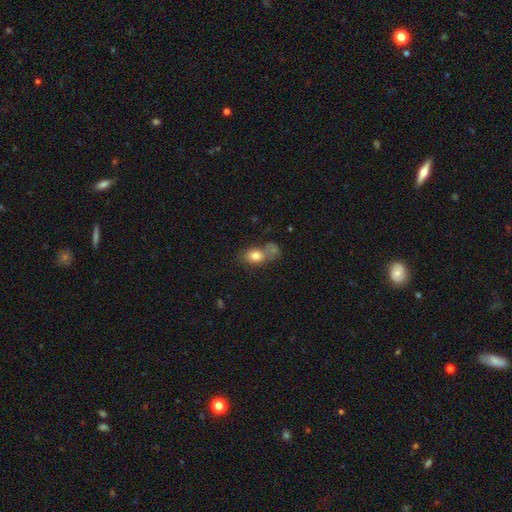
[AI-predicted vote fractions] Smooth or featured? Predicted: smooth (p=0.78). How rounded? Predicted: in between (p=0.69). Merging? Predicted: none (p=0.36, tied with merger).